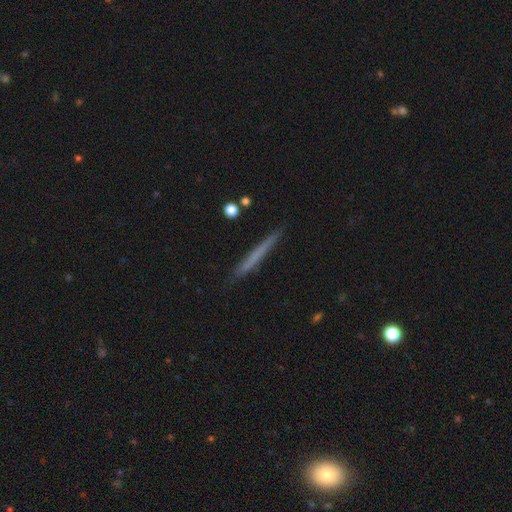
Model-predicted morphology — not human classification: smooth_or_featured: smooth (p=0.57) [alt: featured or disk p=0.36]
how_rounded: cigar-shaped (p=0.97) [alt: in between p=0.02]
merging: none (p=0.89) [alt: minor disturbance p=0.08]